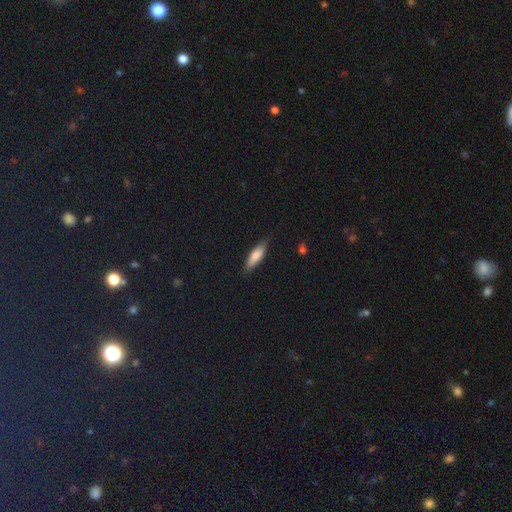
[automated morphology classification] A smooth galaxy with no disk features (77%) that is cigar-shaped (57%). Merging: none (82%).